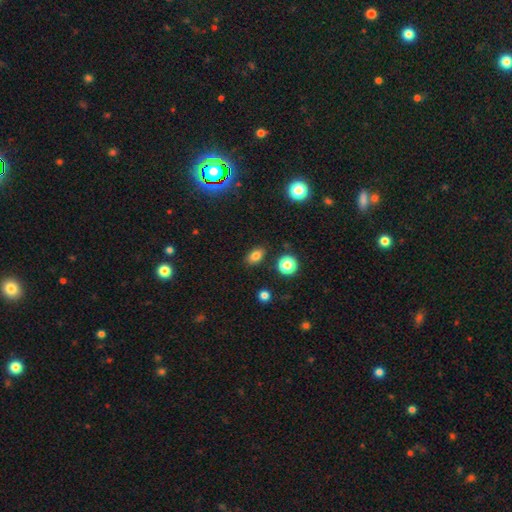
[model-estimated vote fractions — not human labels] This appears to be a smooth galaxy with no disk features (80%) that is in between round and cigar-shaped (79%). Merging: none (85%).